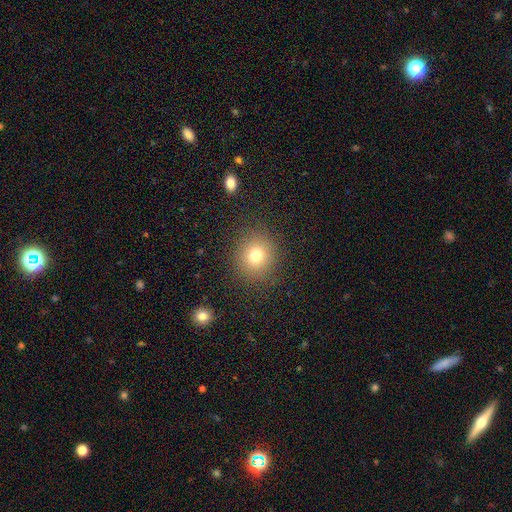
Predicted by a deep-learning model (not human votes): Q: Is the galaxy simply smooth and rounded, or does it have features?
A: smooth — 75%.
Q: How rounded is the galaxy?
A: round — 88%.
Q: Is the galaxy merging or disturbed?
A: none — 88%.